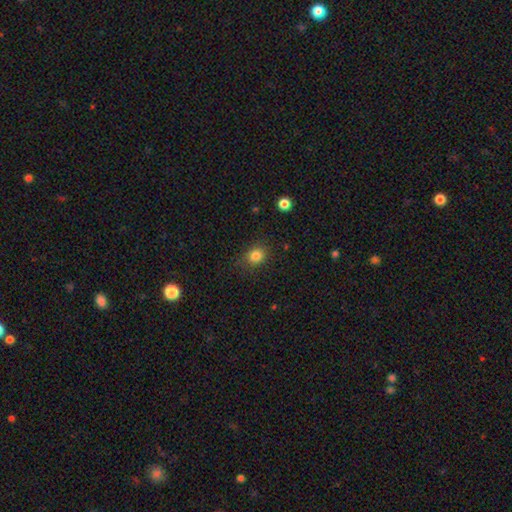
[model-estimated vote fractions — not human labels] This appears to be a smooth galaxy with no disk features (83%) that is round (72%). Merging: none (83%).